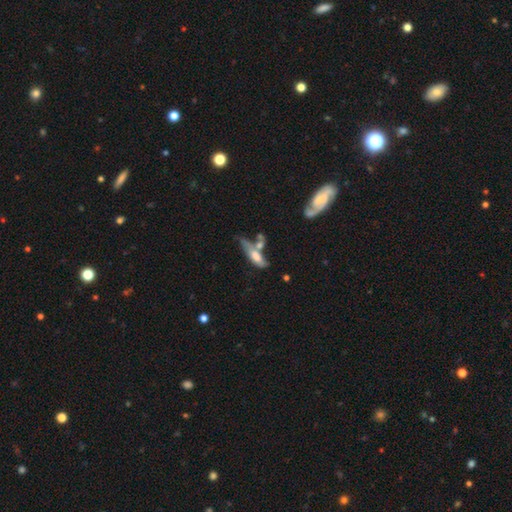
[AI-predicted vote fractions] smooth_or_featured: smooth (p=0.52) [alt: featured or disk p=0.39]
how_rounded: in between (p=0.56) [alt: cigar-shaped p=0.41]
merging: merger (p=0.41) [alt: none p=0.22]